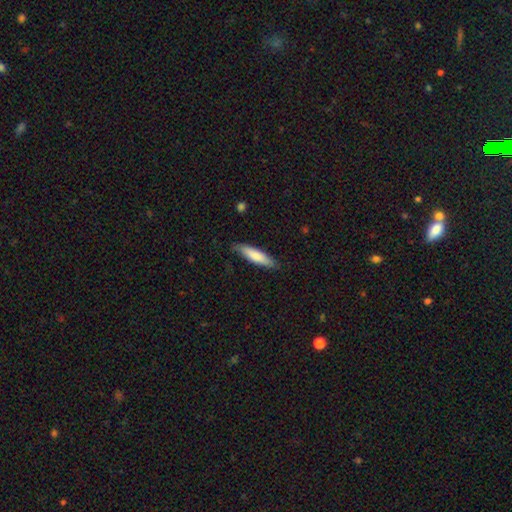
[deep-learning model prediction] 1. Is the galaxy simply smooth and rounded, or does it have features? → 77% smooth, 18% featured or disk, 5% star or artifact.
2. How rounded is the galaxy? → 74% cigar-shaped, 25% in between, 1% round.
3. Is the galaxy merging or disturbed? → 80% none, 16% minor disturbance, 3% major disturbance, 1% merger.